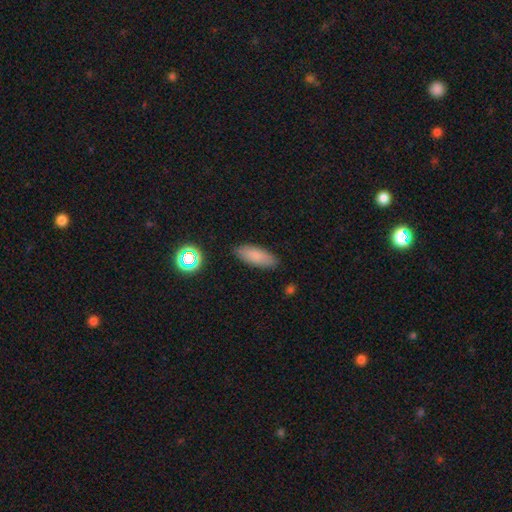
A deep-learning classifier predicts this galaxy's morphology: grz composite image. It shows a smooth galaxy with no disk features (81%) that is in between round and cigar-shaped (73%). Merging: none (86%).